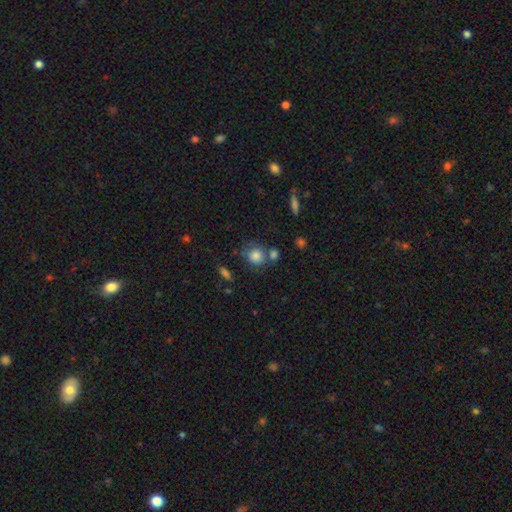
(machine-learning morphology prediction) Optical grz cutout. It shows a smooth galaxy with no disk features (81%) that is round (81%). Merging: none (60%).